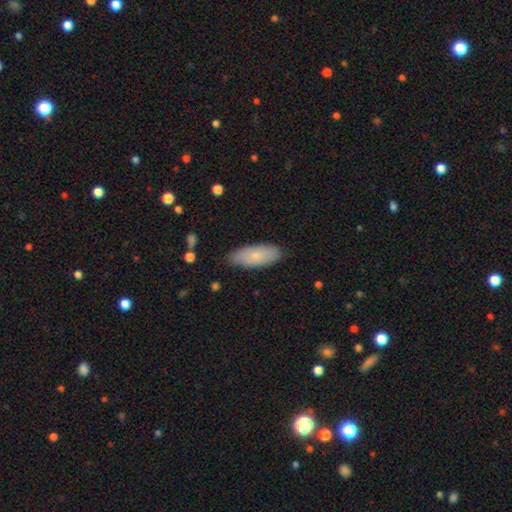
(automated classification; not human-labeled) smooth 76%, featured or disk 18%, star or artifact 6%. Down the decision tree: how rounded — in between (80%); merging — none (80%).